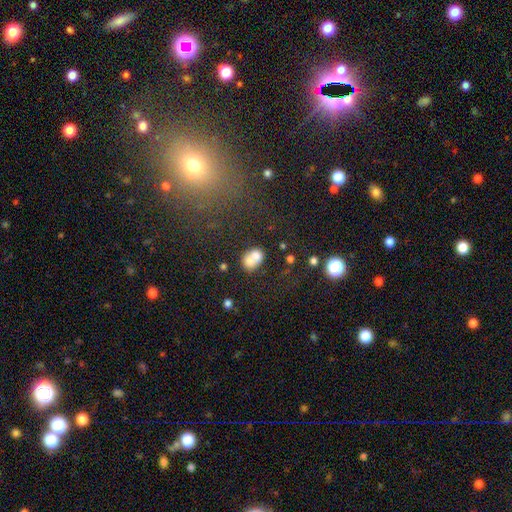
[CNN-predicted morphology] smooth 67%, featured or disk 21%, star or artifact 11%. Down the decision tree: how rounded — round (56%); merging — merger (64%).